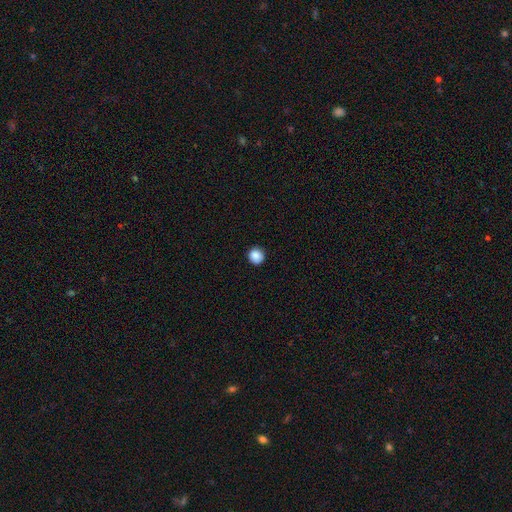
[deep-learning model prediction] smooth_or_featured: smooth (p=0.88) [alt: star or artifact p=0.09]
how_rounded: round (p=0.93) [alt: in between p=0.06]
merging: none (p=0.91) [alt: minor disturbance p=0.06]